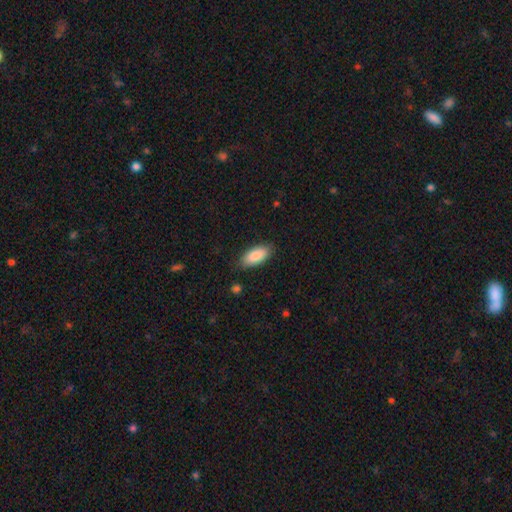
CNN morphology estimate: This is clearly a smooth galaxy (87%). How rounded: clearly in between (88%). Merging: clearly none (84%).